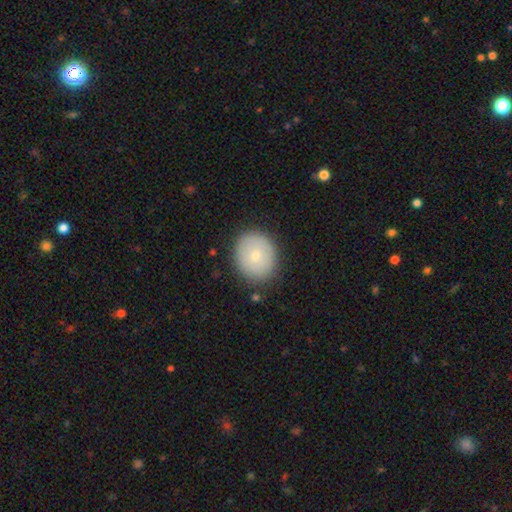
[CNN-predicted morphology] This is likely a smooth galaxy (72%). How rounded: likely round (69%). Merging: clearly none (85%).